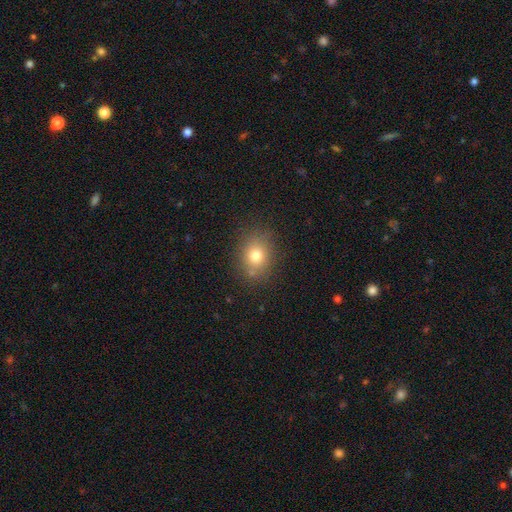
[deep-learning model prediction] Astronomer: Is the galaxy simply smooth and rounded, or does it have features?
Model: smooth — 75%.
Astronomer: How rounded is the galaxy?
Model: round — 58% (runner-up: in between, 41%).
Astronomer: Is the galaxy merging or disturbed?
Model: none — 82%.